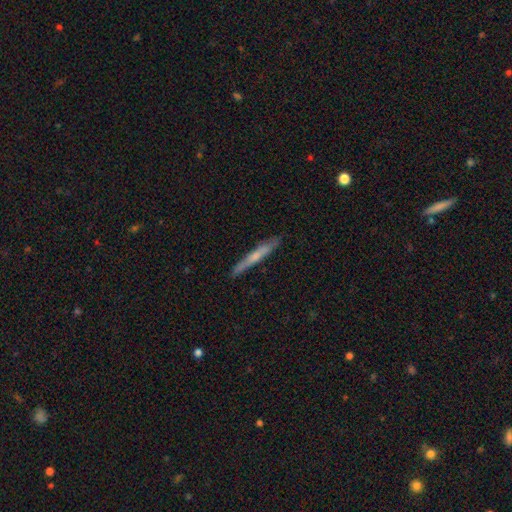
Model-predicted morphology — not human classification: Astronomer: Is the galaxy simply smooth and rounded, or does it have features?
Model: smooth — 51% (runner-up: featured or disk, 43%).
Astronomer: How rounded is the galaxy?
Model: cigar-shaped — 96%.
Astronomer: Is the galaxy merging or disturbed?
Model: none — 86%.